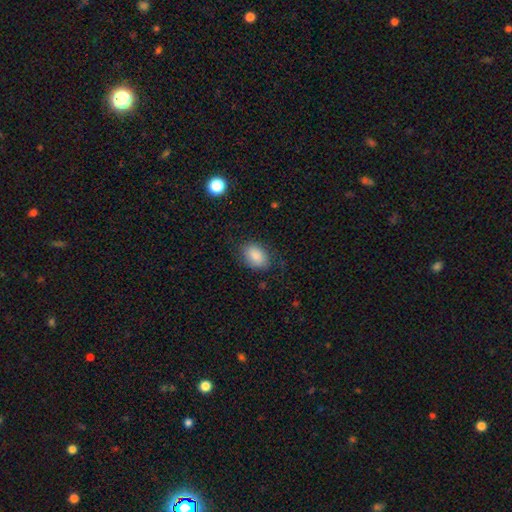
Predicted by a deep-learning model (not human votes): Smooth or featured?
  - smooth: 86% *
  - featured or disk: 7%
  - star or artifact: 7%
How rounded?
  - in between: 85% *
  - round: 14%
  - cigar-shaped: 1%
Merging?
  - none: 77% *
  - minor disturbance: 16%
  - major disturbance: 6%
  - merger: 1%